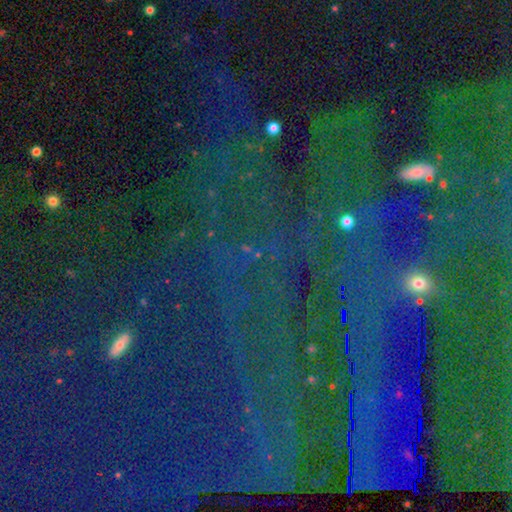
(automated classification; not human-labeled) smooth-or-featured: star or artifact: 80% | smooth: 12% | featured or disk: 8%